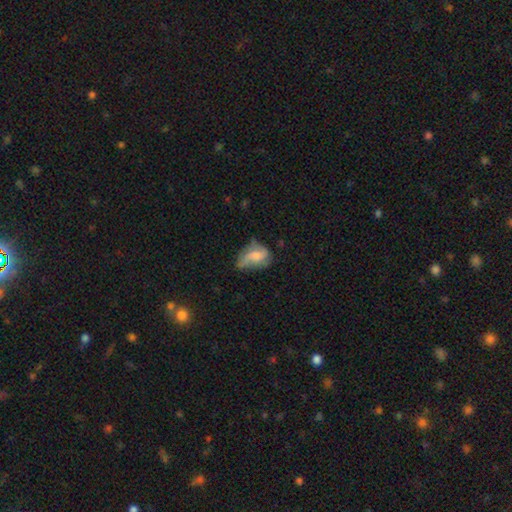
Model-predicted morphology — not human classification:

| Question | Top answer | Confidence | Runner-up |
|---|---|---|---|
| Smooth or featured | smooth | 49% | featured or disk (42%) |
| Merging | none | 35% | tied: minor disturbance (35%) |